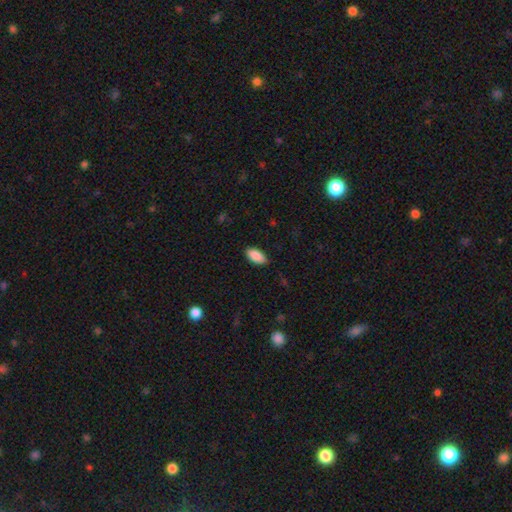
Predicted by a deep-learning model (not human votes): smooth_or_featured: smooth (p=0.90) [alt: star or artifact p=0.06]
how_rounded: in between (p=0.93) [alt: cigar-shaped p=0.04]
merging: none (p=0.84) [alt: minor disturbance p=0.13]